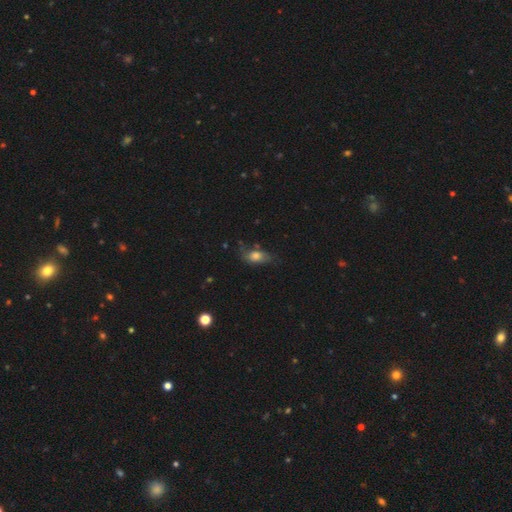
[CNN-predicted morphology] smooth 70%, featured or disk 19%, star or artifact 10%. Down the decision tree: how rounded — in between (82%); merging — none (54%).